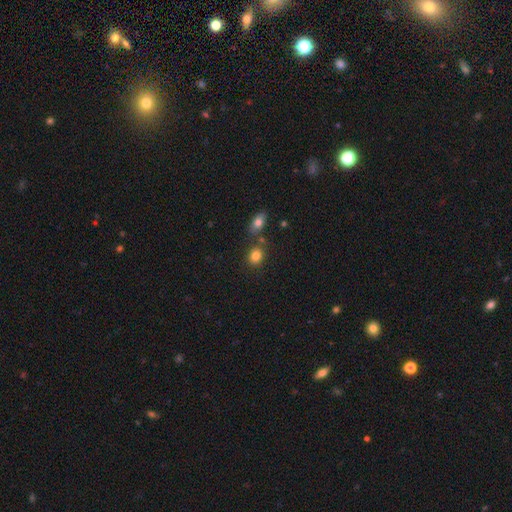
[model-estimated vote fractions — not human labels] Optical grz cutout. It shows a smooth galaxy with no disk features (82%) that is round (61%). Merging: none (67%).